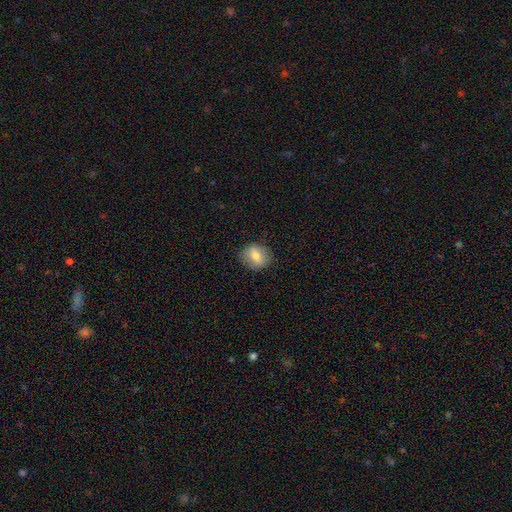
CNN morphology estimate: A smooth galaxy with no disk features (74%) that is round (72%). Merging: none (85%).